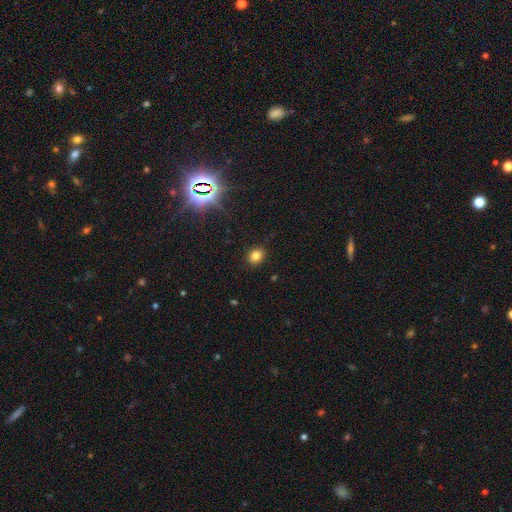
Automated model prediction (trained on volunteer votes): Smooth or featured: smooth — 80% (star or artifact — 14%)
How rounded: round — 60% (in between — 39%)
Merging: none — 89% (minor disturbance — 8%)